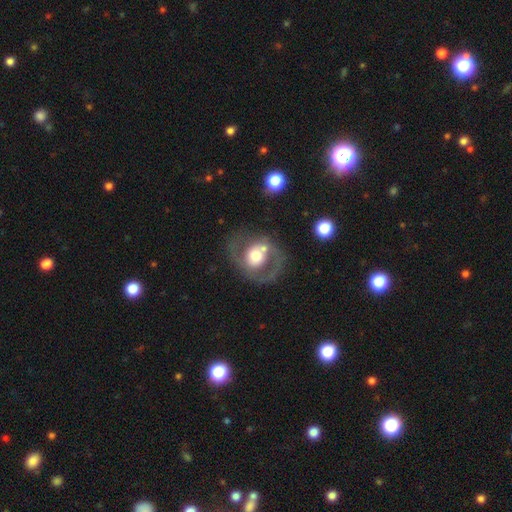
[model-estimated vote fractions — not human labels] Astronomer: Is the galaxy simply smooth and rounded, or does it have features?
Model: featured or disk — 66%.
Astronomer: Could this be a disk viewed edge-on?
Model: no — 96%.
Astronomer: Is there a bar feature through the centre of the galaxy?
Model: no — 68%.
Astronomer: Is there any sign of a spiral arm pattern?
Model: yes — 58% (runner-up: no, 42%).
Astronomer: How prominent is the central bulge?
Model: moderate — 55% (runner-up: large, 33%).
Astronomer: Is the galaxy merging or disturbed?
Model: none — 61%.